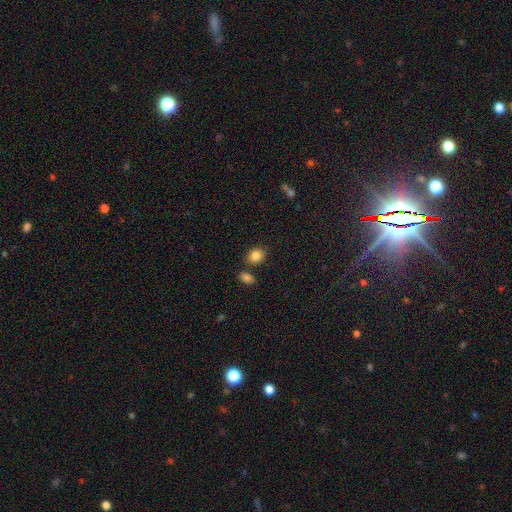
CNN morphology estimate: type=smooth (86%); roundness=in between (52%); merging=none (74%).